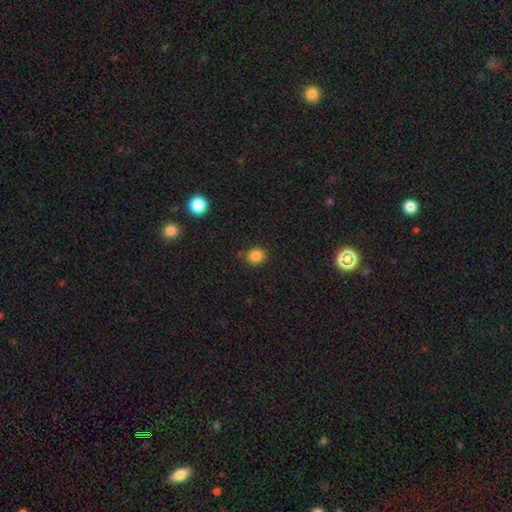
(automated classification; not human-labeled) A smooth galaxy with no disk features (85%) that is round (81%).

Vote fractions:
- Smooth or featured? smooth: 85% / star or artifact: 11% / featured or disk: 4%
- How rounded? round: 81% / in between: 18% / cigar-shaped: 1%
- Merging? none: 85% / minor disturbance: 11% / major disturbance: 2% / merger: 2%